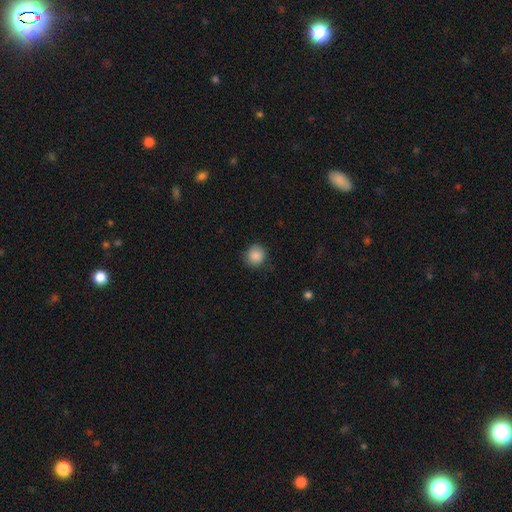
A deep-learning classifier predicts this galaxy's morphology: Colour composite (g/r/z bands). It shows a smooth galaxy with no disk features (88%) that is round (89%). Merging: none (85%).